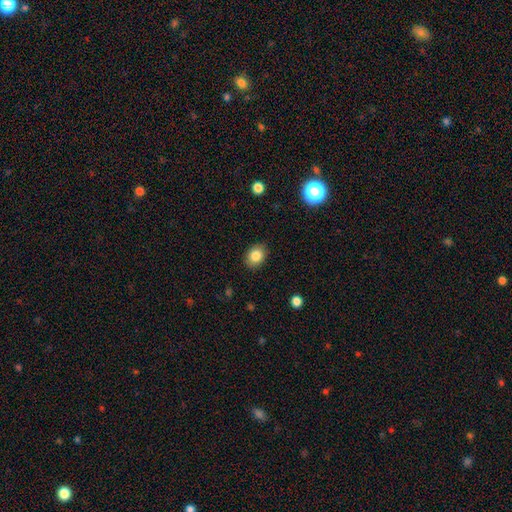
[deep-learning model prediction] Morphology: type=smooth (85%); roundness=in between (60%); merging=none (87%).